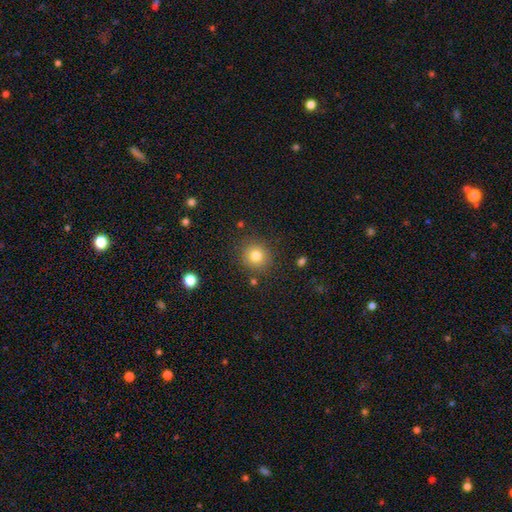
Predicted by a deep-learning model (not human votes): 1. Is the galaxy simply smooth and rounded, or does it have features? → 80% smooth, 12% star or artifact, 7% featured or disk.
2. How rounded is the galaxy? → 91% round, 8% in between, 1% cigar-shaped.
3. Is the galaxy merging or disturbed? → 87% none, 8% minor disturbance, 3% major disturbance, 2% merger.